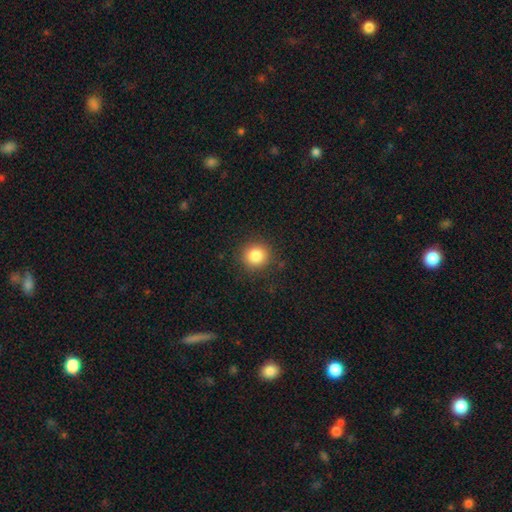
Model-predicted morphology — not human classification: A smooth galaxy with no disk features (85%) that is round (92%). Merging: none (89%).